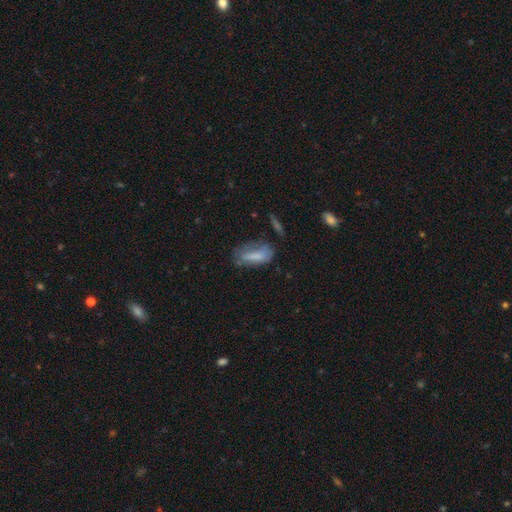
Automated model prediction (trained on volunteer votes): smooth-or-featured: smooth: 67% | featured or disk: 24% | star or artifact: 9%
  how-rounded: in between: 71% | cigar-shaped: 26% | round: 3%
  merging: none: 45% | minor disturbance: 30% | major disturbance: 20% | merger: 5%